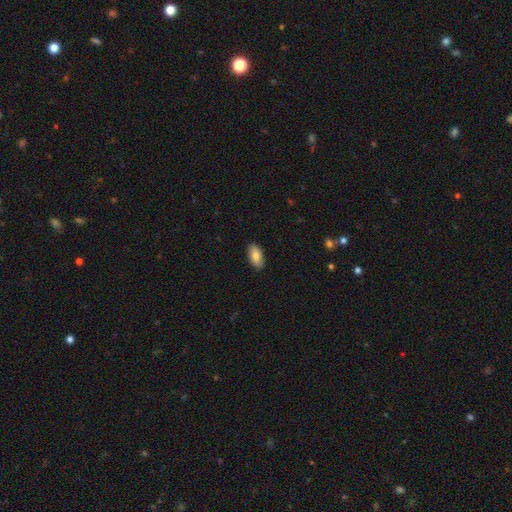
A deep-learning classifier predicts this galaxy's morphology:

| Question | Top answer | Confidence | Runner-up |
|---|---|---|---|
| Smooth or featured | smooth | 83% | featured or disk (11%) |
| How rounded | in between | 93% | cigar-shaped (5%) |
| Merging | none | 89% | minor disturbance (8%) |